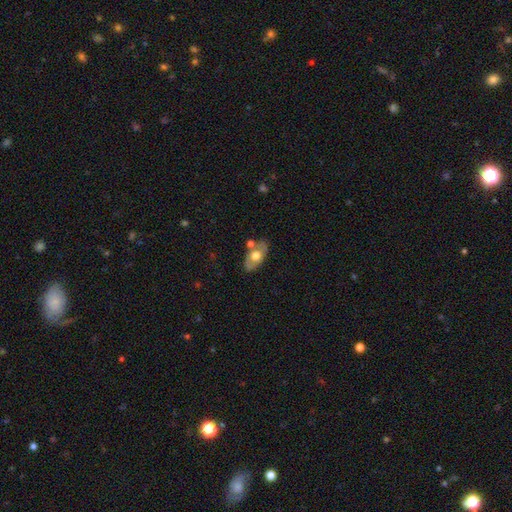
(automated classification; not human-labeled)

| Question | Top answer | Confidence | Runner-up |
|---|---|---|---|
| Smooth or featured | smooth | 50% | featured or disk (44%) |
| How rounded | in between | 89% | round (8%) |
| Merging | none | 71% | minor disturbance (15%) |